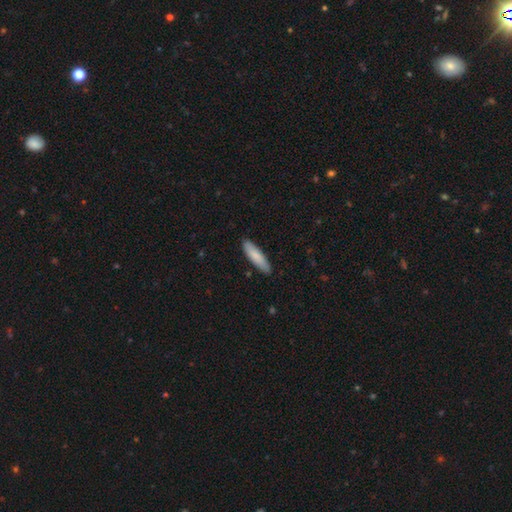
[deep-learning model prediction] The model was most divided on "how rounded": cigar-shaped: 69%, in between: 29%, round: 1%. More confident: merging — none (87%); smooth or featured — smooth (82%).